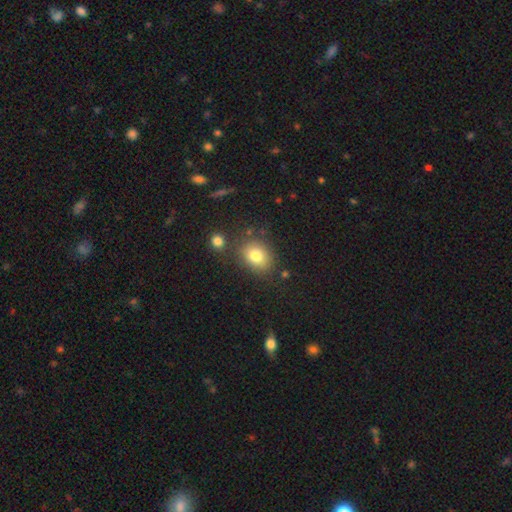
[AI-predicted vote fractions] smooth 80%, star or artifact 11%, featured or disk 10%. Down the decision tree: how rounded — in between (54%); merging — none (77%).